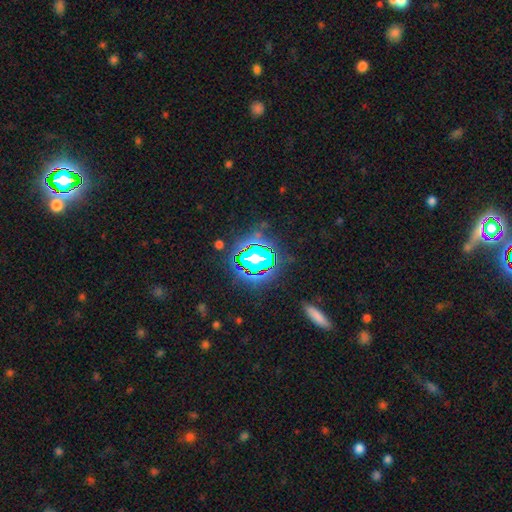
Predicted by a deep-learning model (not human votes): This is clearly a star or artifact rather than a galaxy (81%).